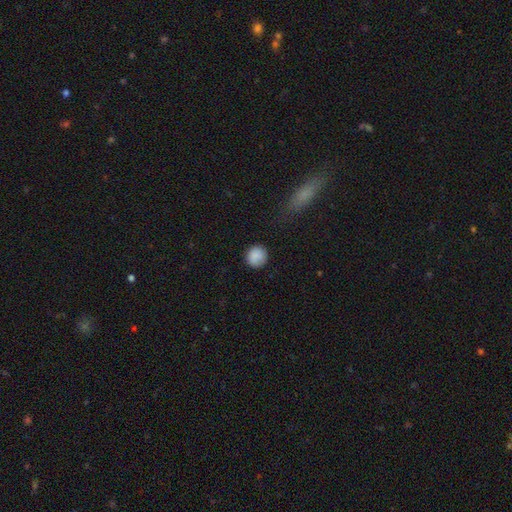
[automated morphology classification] A smooth galaxy with no disk features (88%) that is round (91%).

Vote fractions:
- Smooth or featured? smooth: 88% / star or artifact: 8% / featured or disk: 4%
- How rounded? round: 91% / in between: 8% / cigar-shaped: 1%
- Merging? none: 85% / minor disturbance: 11% / major disturbance: 3% / merger: 1%